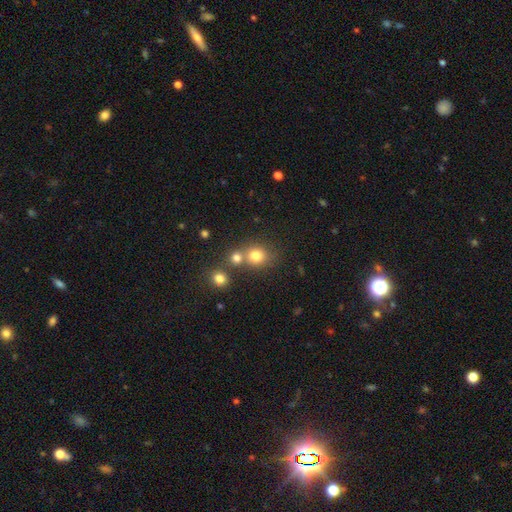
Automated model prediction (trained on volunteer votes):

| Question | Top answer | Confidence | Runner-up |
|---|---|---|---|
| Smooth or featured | smooth | 77% | star or artifact (14%) |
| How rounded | round | 80% | in between (19%) |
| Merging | none | 53% | merger (34%) |